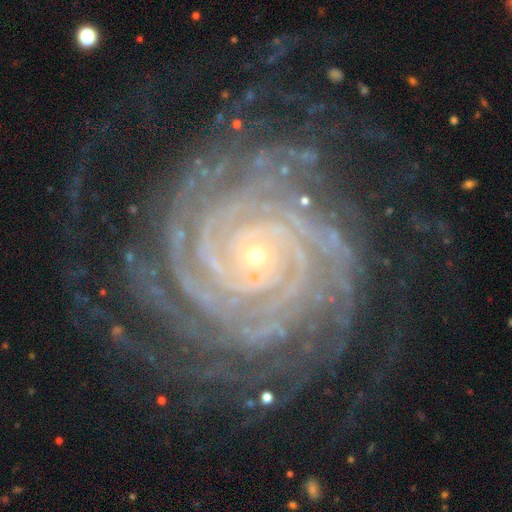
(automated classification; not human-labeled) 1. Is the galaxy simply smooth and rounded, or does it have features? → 92% featured or disk, 5% star or artifact, 3% smooth.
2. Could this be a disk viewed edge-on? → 98% no, 2% yes.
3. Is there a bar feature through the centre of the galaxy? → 65% no, 20% weak, 15% strong.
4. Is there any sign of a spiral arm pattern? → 99% yes, 1% no.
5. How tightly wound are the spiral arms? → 88% tight, 10% medium, 2% loose.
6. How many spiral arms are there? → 35% more than 4, 18% 4, 15% can't tell, 12% 2, 11% 3, 9% 1.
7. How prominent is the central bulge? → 85% small, 12% moderate, 1% none, 1% large, 1% dominant.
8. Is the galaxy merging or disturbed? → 76% none, 14% minor disturbance, 8% major disturbance, 2% merger.